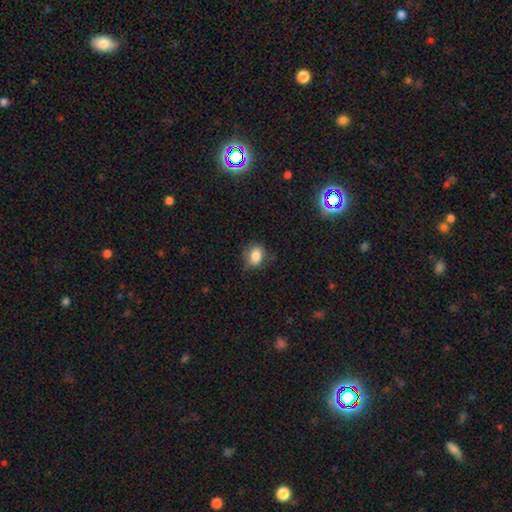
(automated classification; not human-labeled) A smooth galaxy with no disk features (83%) that is in between round and cigar-shaped (60%). Merging: none (67%).